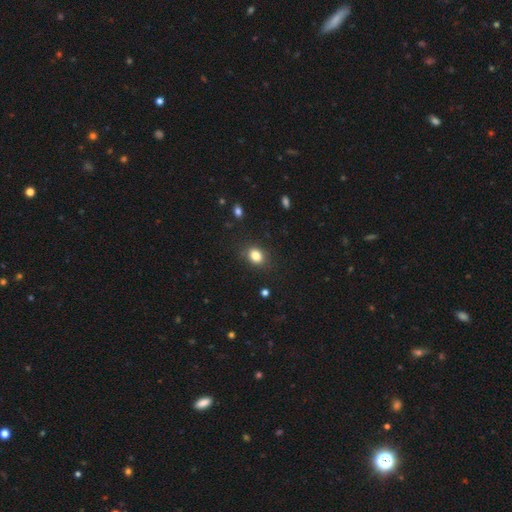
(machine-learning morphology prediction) Smooth or featured: smooth — 84% (star or artifact — 10%)
How rounded: in between — 58% (round — 41%)
Merging: none — 84% (minor disturbance — 12%)